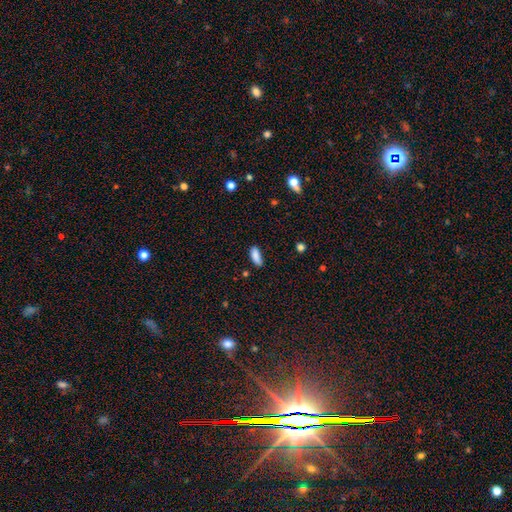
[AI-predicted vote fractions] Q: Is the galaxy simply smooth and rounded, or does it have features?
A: smooth — 87%.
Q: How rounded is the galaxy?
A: in between — 72%.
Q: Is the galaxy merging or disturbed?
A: none — 74%.